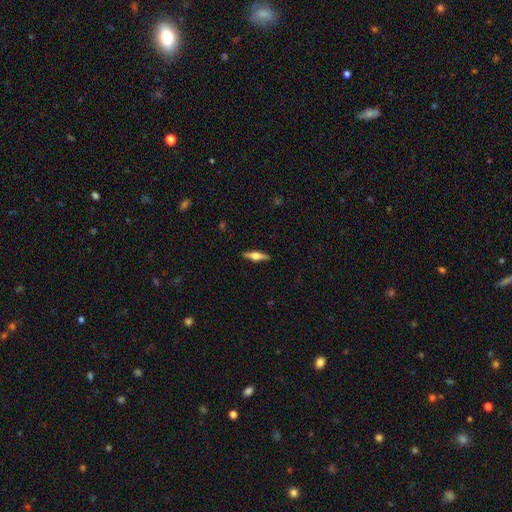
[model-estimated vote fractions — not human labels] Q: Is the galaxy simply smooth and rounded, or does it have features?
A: featured or disk — 64%.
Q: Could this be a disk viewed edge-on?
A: yes — 97%.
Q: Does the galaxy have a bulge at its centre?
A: rounded — 93%.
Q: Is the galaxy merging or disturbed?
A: none — 90%.